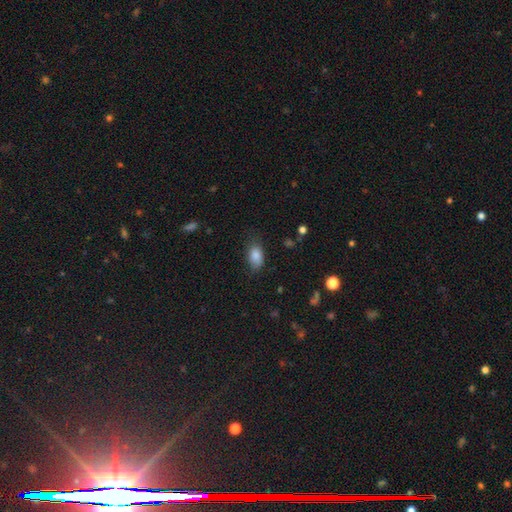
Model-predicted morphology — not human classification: A smooth galaxy with no disk features (86%) that is in between round and cigar-shaped (90%).

Vote fractions:
- Smooth or featured? smooth: 86% / star or artifact: 8% / featured or disk: 6%
- How rounded? in between: 90% / round: 8% / cigar-shaped: 2%
- Merging? none: 72% / minor disturbance: 21% / major disturbance: 6% / merger: 1%